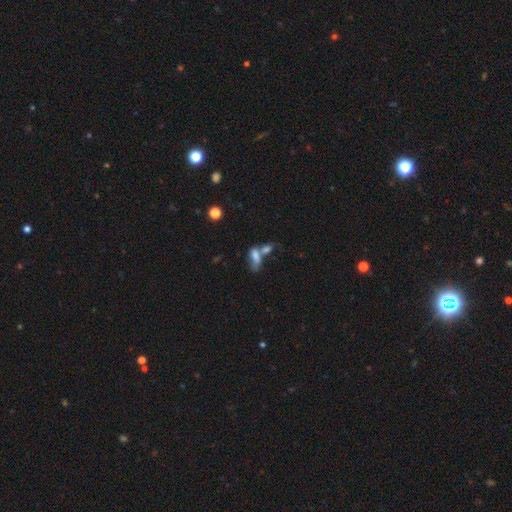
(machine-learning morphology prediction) Smooth or featured?
  - smooth: 66% *
  - featured or disk: 22%
  - star or artifact: 12%
How rounded?
  - in between: 79% *
  - cigar-shaped: 14%
  - round: 7%
Merging?
  - merger: 60% *
  - none: 19%
  - major disturbance: 11%
  - minor disturbance: 10%